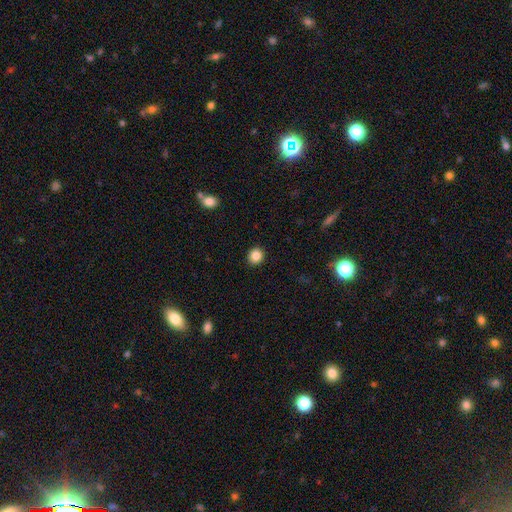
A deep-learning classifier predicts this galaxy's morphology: This appears to be a smooth galaxy with no disk features (86%) that is round (87%). Merging: none (92%).